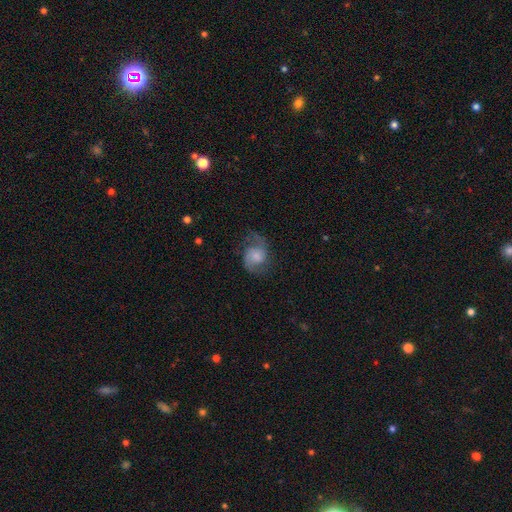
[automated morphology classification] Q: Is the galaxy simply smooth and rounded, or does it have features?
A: featured or disk — 73%.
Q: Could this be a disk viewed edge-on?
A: no — 98%.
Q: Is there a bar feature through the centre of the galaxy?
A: no — 68%.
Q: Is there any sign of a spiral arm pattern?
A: yes — 94%.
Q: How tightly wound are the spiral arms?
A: medium — 49%.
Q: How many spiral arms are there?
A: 2 — 91%.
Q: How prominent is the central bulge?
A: moderate — 29%.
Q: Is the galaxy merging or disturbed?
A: none — 67%.